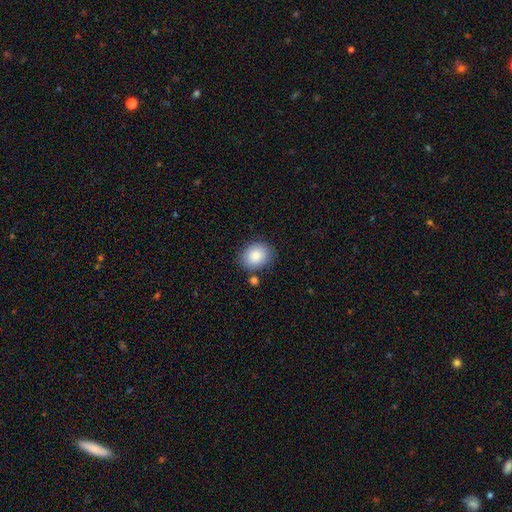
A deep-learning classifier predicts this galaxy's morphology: Smooth or featured? smooth (86%)
How rounded? round (50%)
Merging? none (78%)